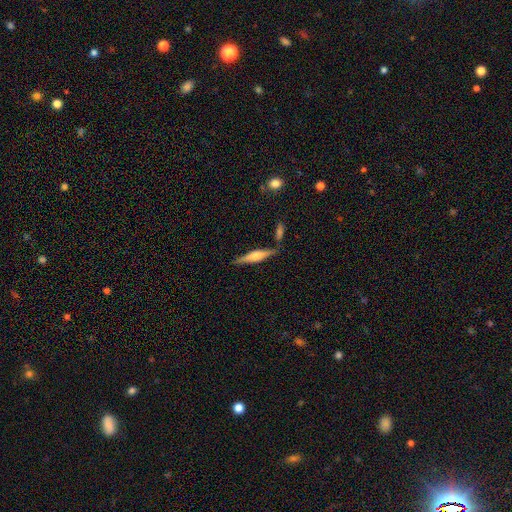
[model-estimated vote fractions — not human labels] A featured or disk galaxy (59%) viewed edge-on (96%) with a rounded central bulge (70%).

Vote fractions:
- Smooth or featured? featured or disk: 59% / smooth: 35% / star or artifact: 6%
- Edge-on disk? yes: 96% / no: 4%
- Edge-on bulge? rounded: 70% / boxy: 23% / none: 7%
- Merging? none: 78% / minor disturbance: 11% / merger: 8% / major disturbance: 3%